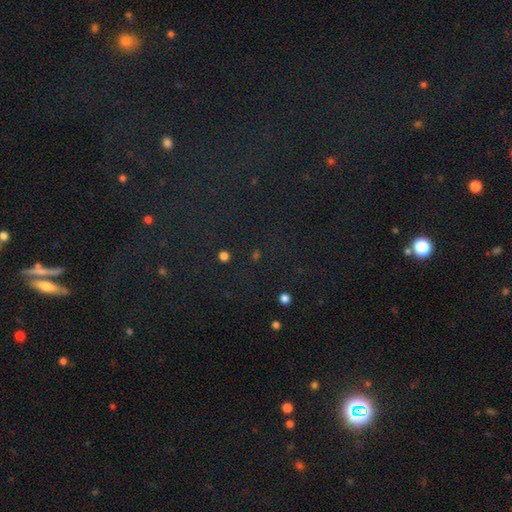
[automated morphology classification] Smooth or featured?
  - star or artifact: 78% *
  - smooth: 15%
  - featured or disk: 8%